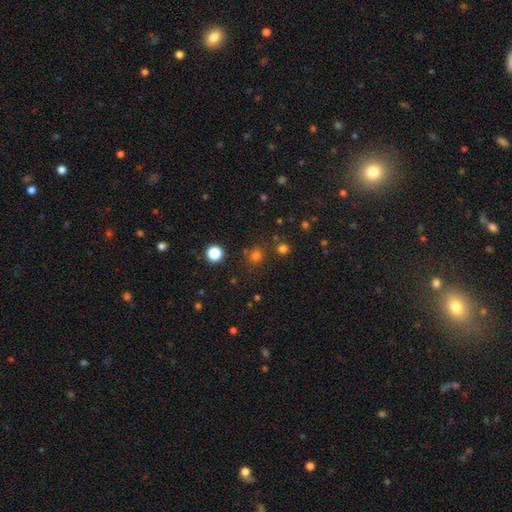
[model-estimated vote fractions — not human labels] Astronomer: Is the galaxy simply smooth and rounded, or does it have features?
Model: smooth — 70%.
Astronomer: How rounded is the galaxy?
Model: round — 90%.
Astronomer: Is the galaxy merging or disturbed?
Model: none — 83%.